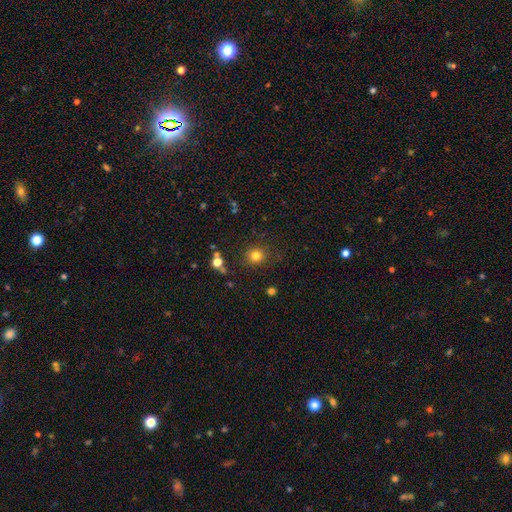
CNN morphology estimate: Overall: smooth (80%). How rounded: round (88%). Merging: none (86%).